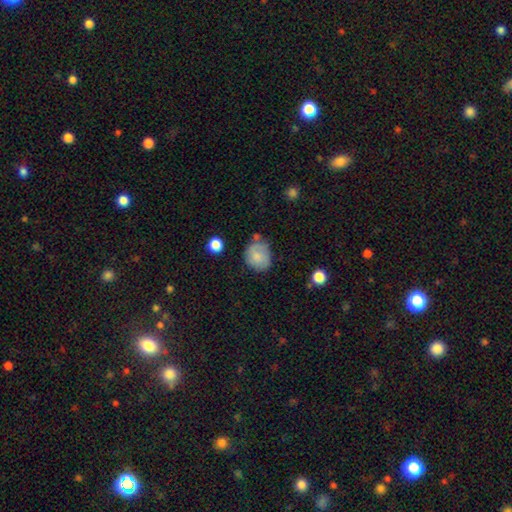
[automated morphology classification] Smooth or featured: smooth — 75% (featured or disk — 17%)
How rounded: round — 61% (in between — 38%)
Merging: none — 56% (minor disturbance — 28%)